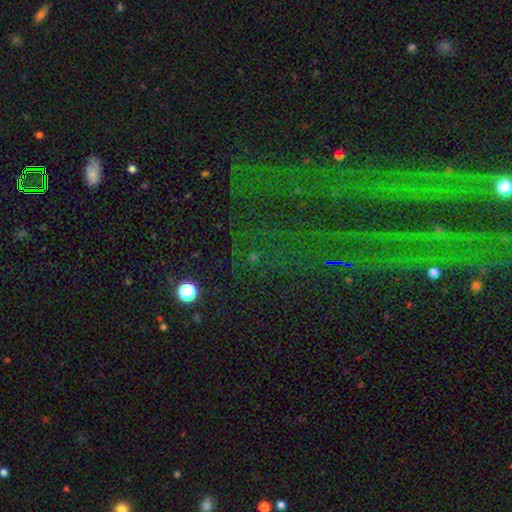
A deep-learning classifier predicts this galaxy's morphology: smooth_or_featured: star or artifact (p=0.71) [alt: smooth p=0.17]